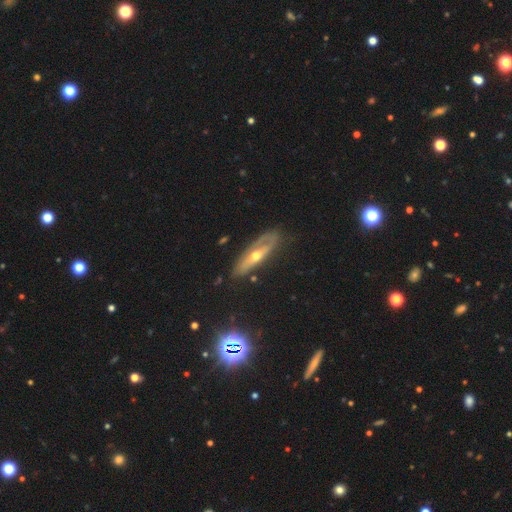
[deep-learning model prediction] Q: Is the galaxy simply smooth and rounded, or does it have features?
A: featured or disk — 66%.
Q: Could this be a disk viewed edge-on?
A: no — 51%.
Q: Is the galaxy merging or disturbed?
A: none — 68%.